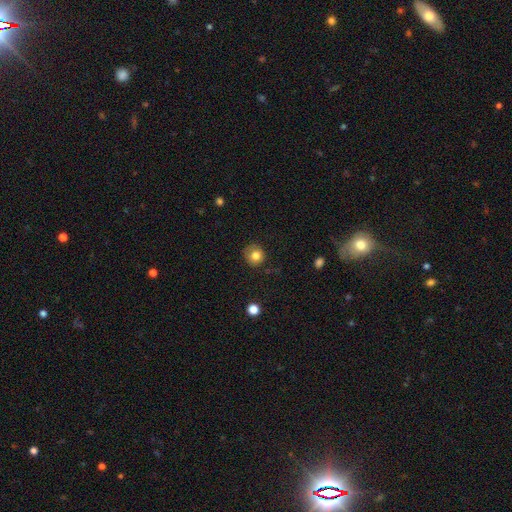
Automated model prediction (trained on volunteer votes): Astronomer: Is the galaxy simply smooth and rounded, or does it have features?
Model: smooth — 80%.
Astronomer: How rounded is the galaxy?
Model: round — 88%.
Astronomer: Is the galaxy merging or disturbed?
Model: none — 77%.